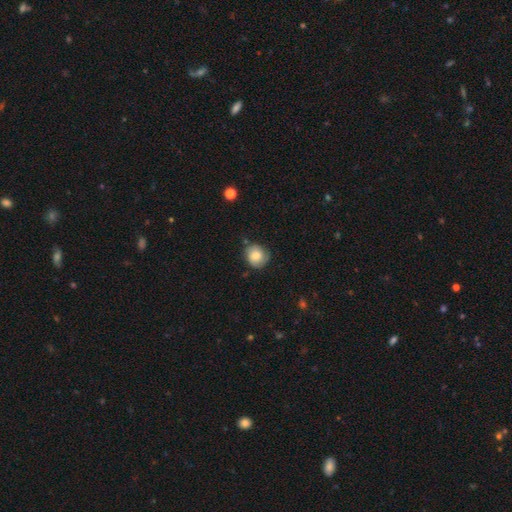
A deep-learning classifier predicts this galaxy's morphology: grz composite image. It shows a smooth galaxy with no disk features (62%) that is round (79%). Merging: none (68%).